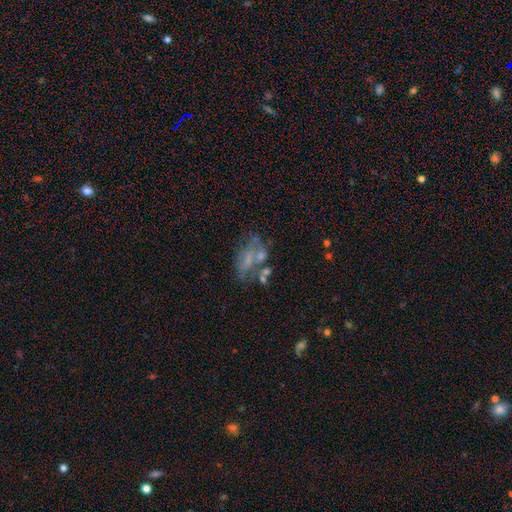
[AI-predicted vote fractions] This is possibly a featured or disk galaxy (55%). It is clearly not viewed edge-on (96%). Bar: likely no (76%). Spiral arm pattern: likely no (76%). Central bulge: possibly none (51%). Merging: marginally none (35%).